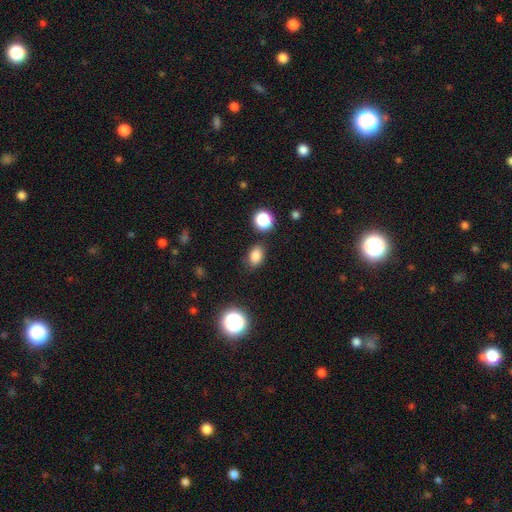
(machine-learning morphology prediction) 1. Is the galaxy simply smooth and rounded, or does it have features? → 82% smooth, 13% star or artifact, 5% featured or disk.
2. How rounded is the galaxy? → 75% in between, 23% round, 1% cigar-shaped.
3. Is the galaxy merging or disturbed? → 82% none, 12% minor disturbance, 3% merger, 3% major disturbance.